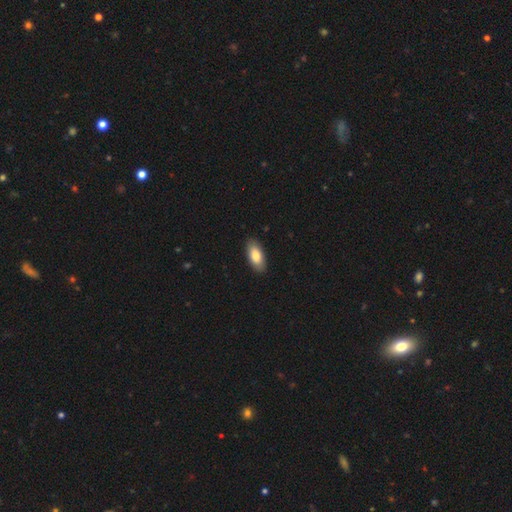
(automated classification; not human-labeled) Q: Smooth or featured?
A: smooth (82%); runner-up: featured or disk (13%)
Q: How rounded?
A: in between (89%); runner-up: cigar-shaped (9%)
Q: Merging?
A: none (89%); runner-up: minor disturbance (8%)